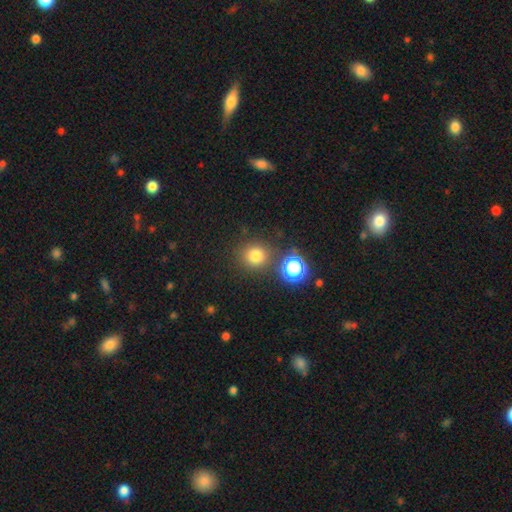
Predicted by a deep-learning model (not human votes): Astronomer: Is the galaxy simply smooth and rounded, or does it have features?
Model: smooth — 76%.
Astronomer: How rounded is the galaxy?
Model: round — 90%.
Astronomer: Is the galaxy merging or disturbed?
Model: none — 82%.